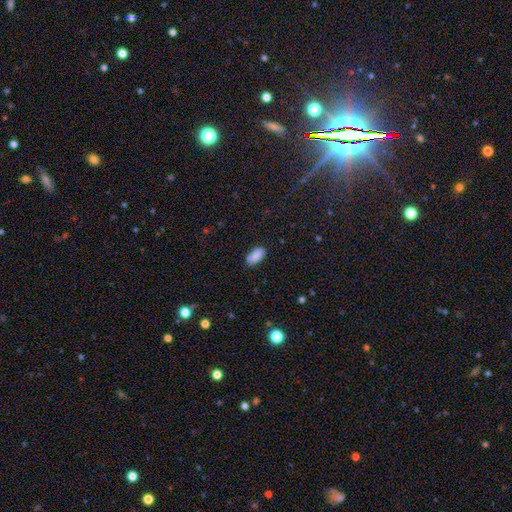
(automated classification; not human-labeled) Overall: smooth (85%). How rounded: in between (93%). Merging: none (76%).